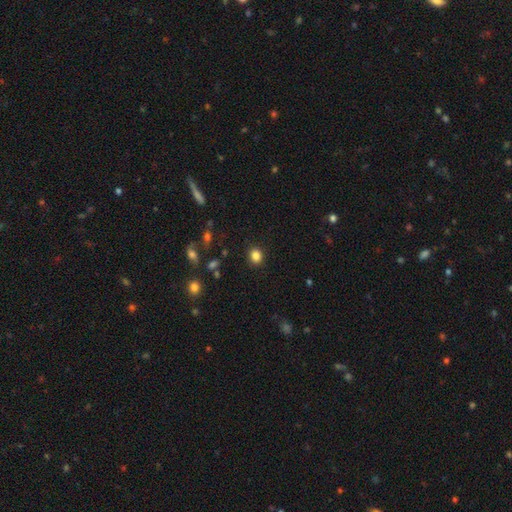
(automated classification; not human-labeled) smooth 84%, star or artifact 11%, featured or disk 5%. Down the decision tree: how rounded — round (67%); merging — none (89%).